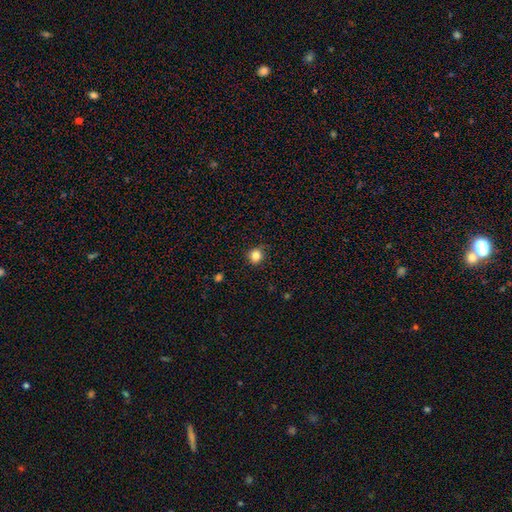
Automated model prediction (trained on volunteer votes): Overall: smooth (82%). How rounded: round (87%). Merging: none (87%).